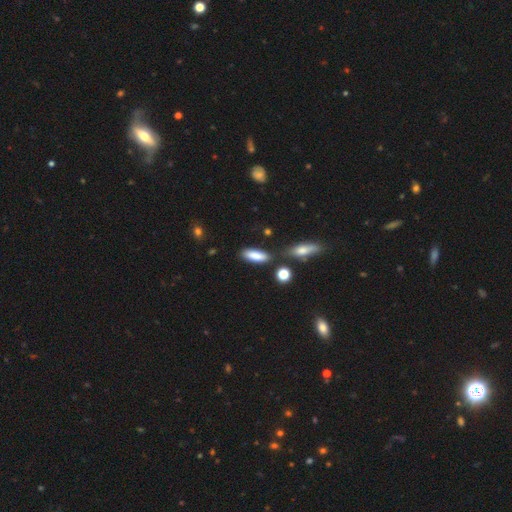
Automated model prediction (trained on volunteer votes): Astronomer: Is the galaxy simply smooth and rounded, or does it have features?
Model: smooth — 83%.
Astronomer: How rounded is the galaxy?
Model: in between — 59% (runner-up: cigar-shaped, 38%).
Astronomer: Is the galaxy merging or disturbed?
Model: none — 73%.